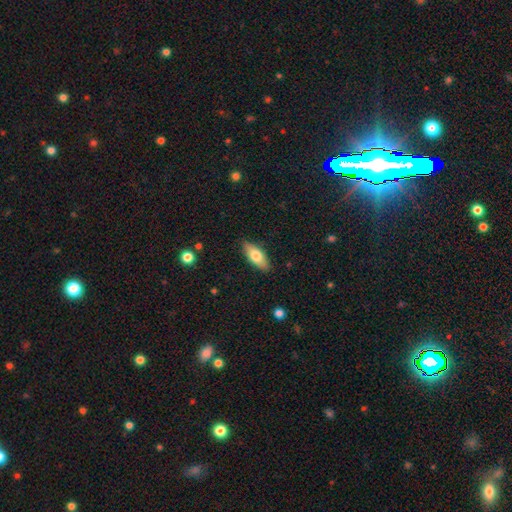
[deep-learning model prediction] Morphology: type=smooth (72%); roundness=in between (78%); merging=none (87%).